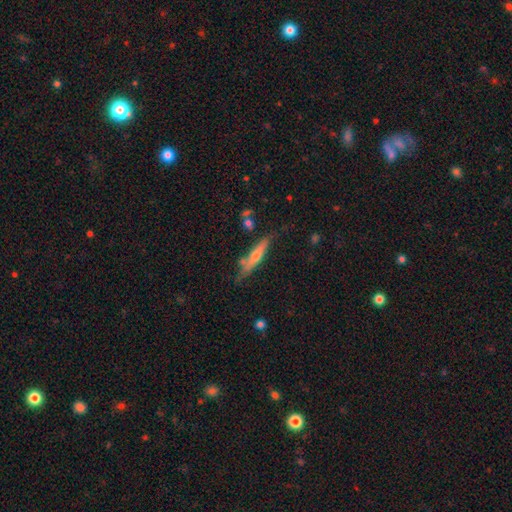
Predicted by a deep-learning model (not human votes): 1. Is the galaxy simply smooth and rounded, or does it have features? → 49% featured or disk, 45% smooth, 7% star or artifact.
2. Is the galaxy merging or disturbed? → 66% none, 22% minor disturbance, 7% merger, 5% major disturbance.